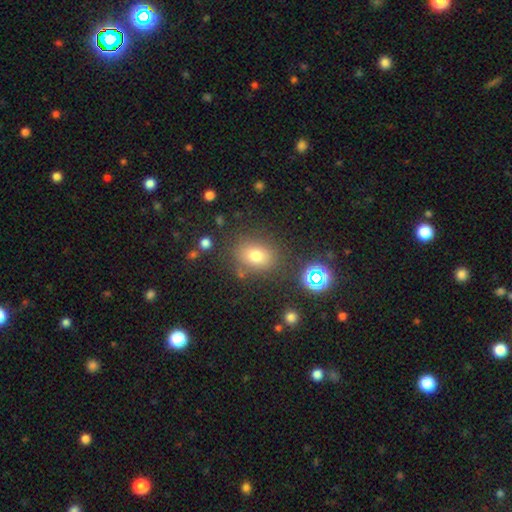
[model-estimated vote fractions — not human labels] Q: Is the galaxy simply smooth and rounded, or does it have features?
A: smooth — 73%.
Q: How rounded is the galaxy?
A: in between — 51%.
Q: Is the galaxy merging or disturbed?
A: none — 78%.